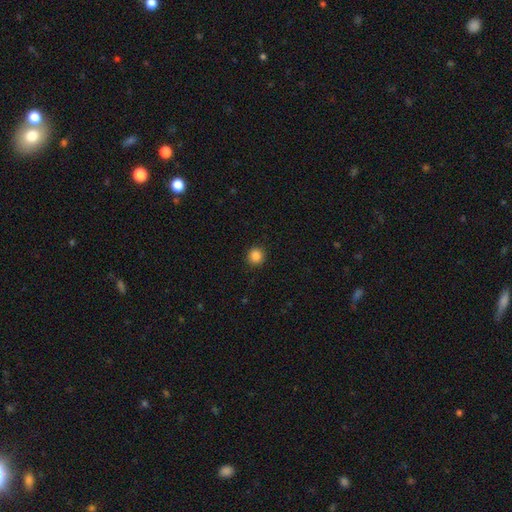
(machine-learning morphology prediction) Smooth or featured? smooth (87%)
How rounded? round (92%)
Merging? none (92%)